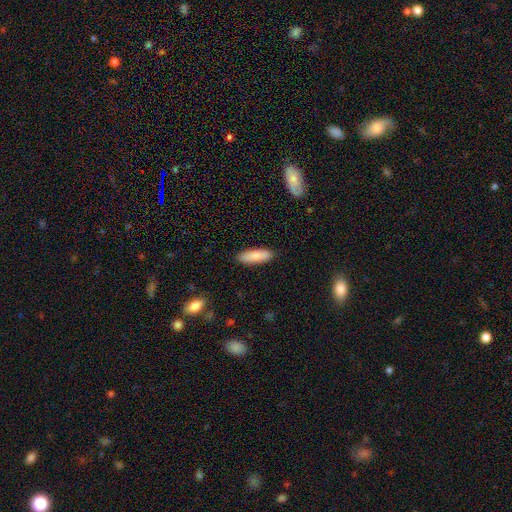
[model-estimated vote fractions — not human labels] smooth 83%, featured or disk 11%, star or artifact 6%. Down the decision tree: how rounded — in between (55%); merging — none (88%).